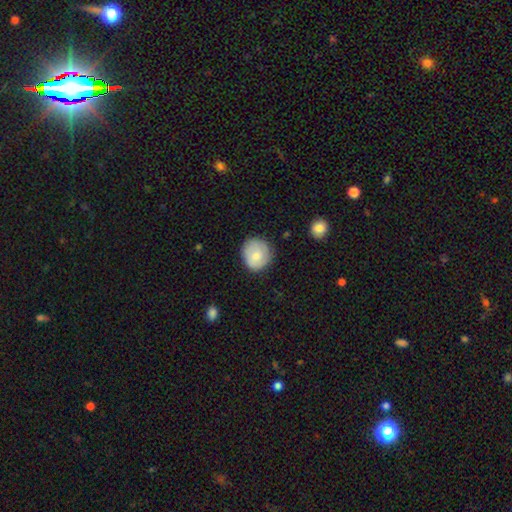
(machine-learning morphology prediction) Smooth or featured?
  - smooth: 69% *
  - featured or disk: 25%
  - star or artifact: 6%
How rounded?
  - round: 84% *
  - in between: 15%
  - cigar-shaped: 1%
Merging?
  - none: 79% *
  - minor disturbance: 16%
  - major disturbance: 4%
  - merger: 1%